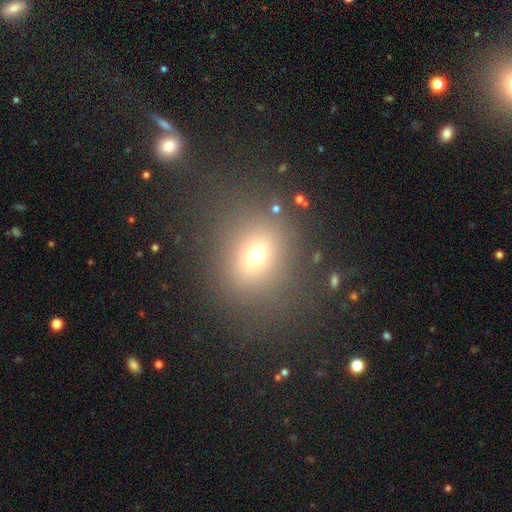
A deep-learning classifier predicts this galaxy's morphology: smooth 68%, star or artifact 20%, featured or disk 11%. Down the decision tree: how rounded — round (62%); merging — none (79%).